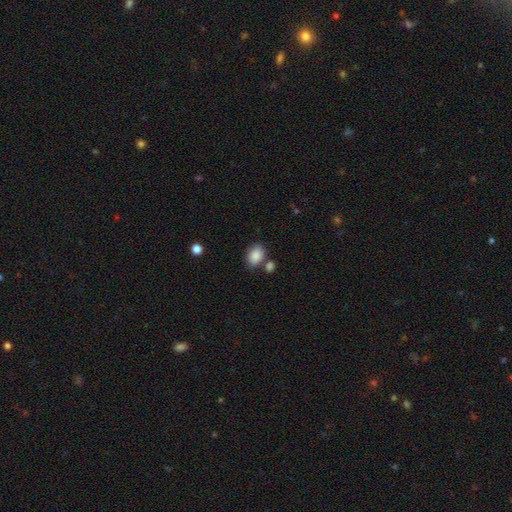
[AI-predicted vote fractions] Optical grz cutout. It shows a smooth galaxy with no disk features (88%) that is in between round and cigar-shaped (78%). Merging: none (66%).